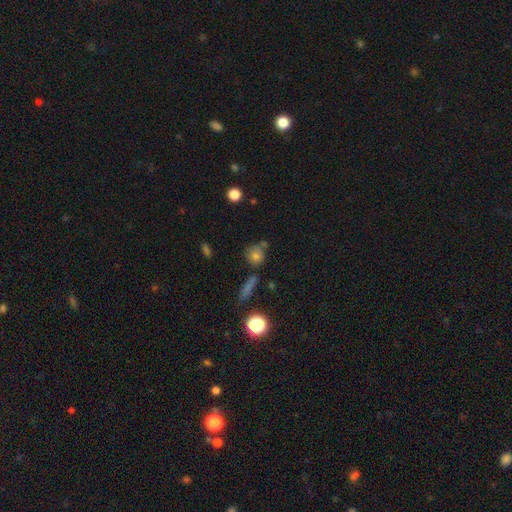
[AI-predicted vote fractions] Smooth or featured? smooth (71%)
How rounded? round (81%)
Merging? none (63%)